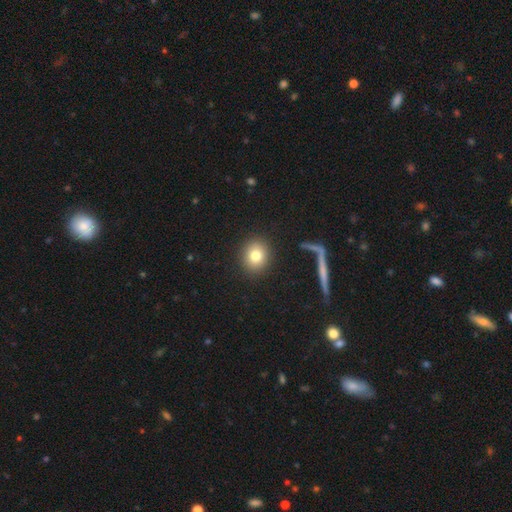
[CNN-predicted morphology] Smooth or featured? smooth (79%)
How rounded? round (80%)
Merging? none (90%)